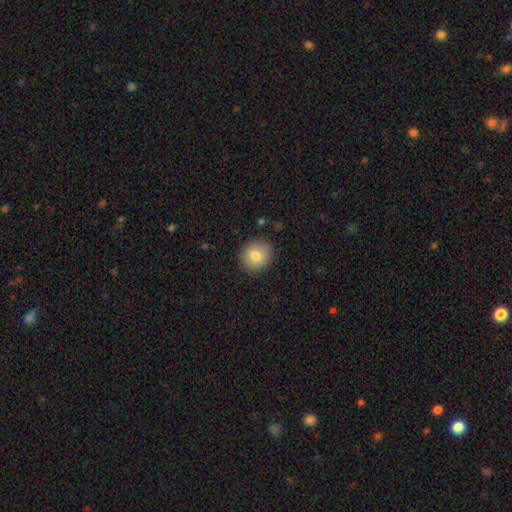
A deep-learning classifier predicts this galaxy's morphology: A smooth galaxy with no disk features (80%) that is round (89%).

Vote fractions:
- Smooth or featured? smooth: 80% / featured or disk: 11% / star or artifact: 9%
- How rounded? round: 89% / in between: 10% / cigar-shaped: 1%
- Merging? none: 88% / minor disturbance: 9% / major disturbance: 2% / merger: 1%